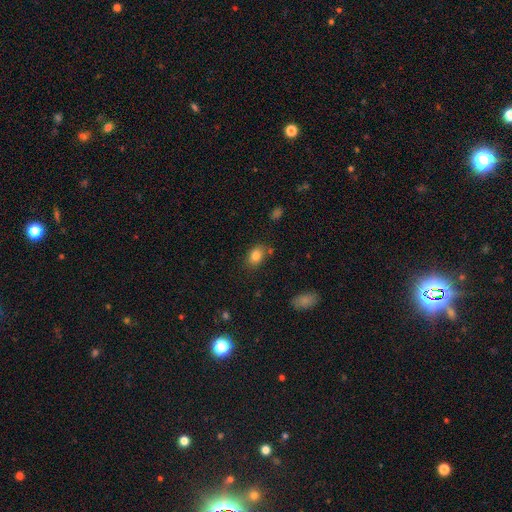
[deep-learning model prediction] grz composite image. It shows a smooth galaxy with no disk features (82%) that is in between round and cigar-shaped (78%). Merging: none (78%).